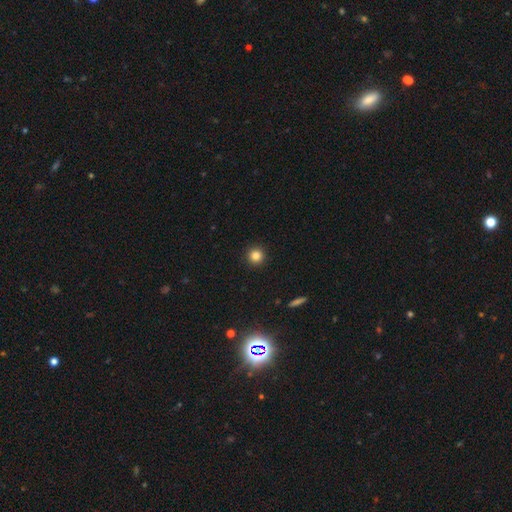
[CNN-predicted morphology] A smooth galaxy with no disk features (83%) that is round (95%). Merging: none (93%).